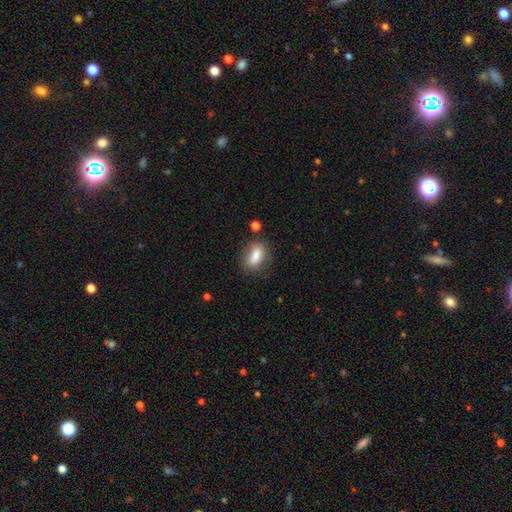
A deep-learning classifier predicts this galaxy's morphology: smooth_or_featured: smooth (p=0.83) [alt: featured or disk p=0.09]
how_rounded: in between (p=0.80) [alt: cigar-shaped p=0.12]
merging: none (p=0.73) [alt: minor disturbance p=0.17]